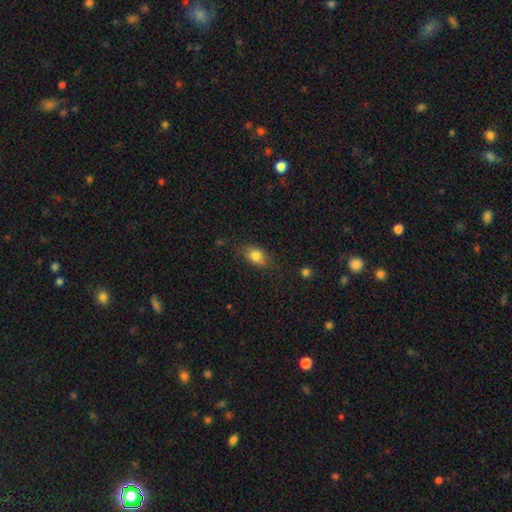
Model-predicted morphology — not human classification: A smooth galaxy with no disk features (81%) that is in between round and cigar-shaped (74%).

Vote fractions:
- Smooth or featured? smooth: 81% / featured or disk: 10% / star or artifact: 9%
- How rounded? in between: 74% / round: 23% / cigar-shaped: 3%
- Merging? none: 74% / minor disturbance: 19% / major disturbance: 5% / merger: 2%